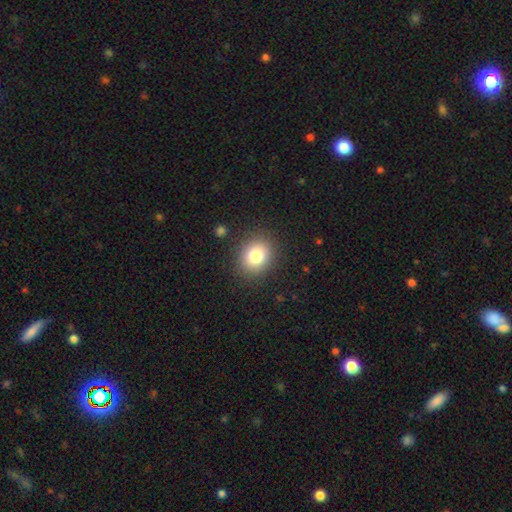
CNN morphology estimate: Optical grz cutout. It shows a smooth galaxy with no disk features (80%) that is round (65%). Merging: none (88%).